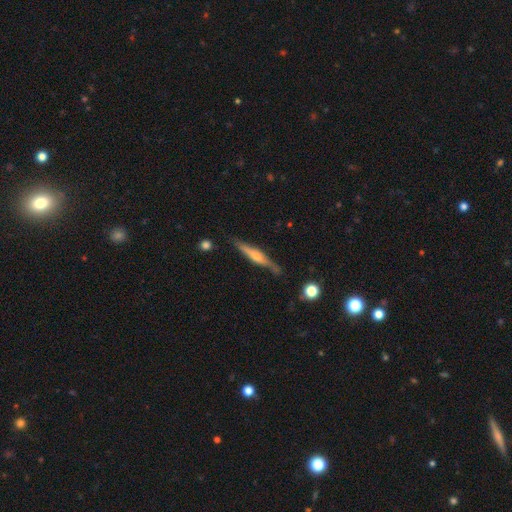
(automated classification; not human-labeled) The model was most divided on "smooth or featured": featured or disk: 66%, smooth: 28%, star or artifact: 6%. More confident: edge-on disk — yes (96%); merging — none (81%); edge-on bulge — rounded (69%).